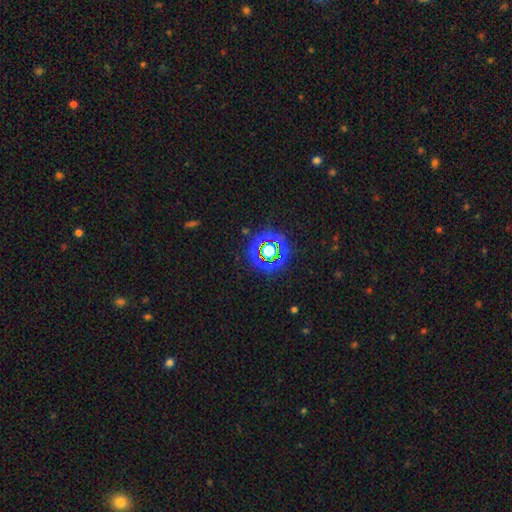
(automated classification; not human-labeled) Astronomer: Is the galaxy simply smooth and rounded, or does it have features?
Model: star or artifact — 75%.